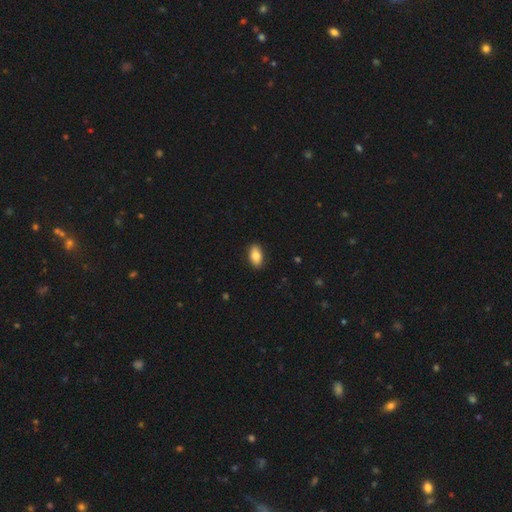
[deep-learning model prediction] Smooth or featured? Predicted: smooth (p=0.83). How rounded? Predicted: in between (p=0.91). Merging? Predicted: none (p=0.89).